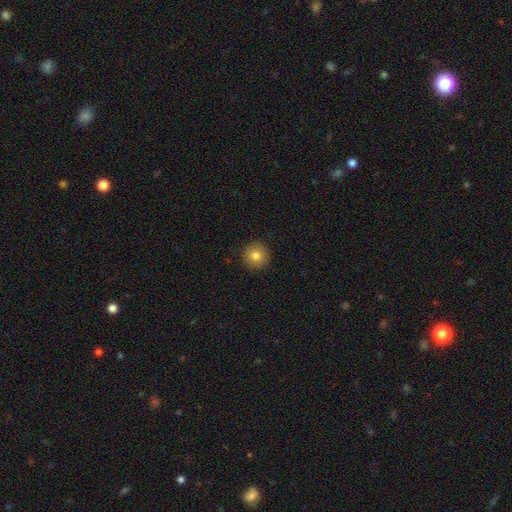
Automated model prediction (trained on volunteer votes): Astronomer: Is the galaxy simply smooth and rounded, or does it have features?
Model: smooth — 80%.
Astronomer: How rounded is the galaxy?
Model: round — 95%.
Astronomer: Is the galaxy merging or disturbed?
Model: none — 92%.